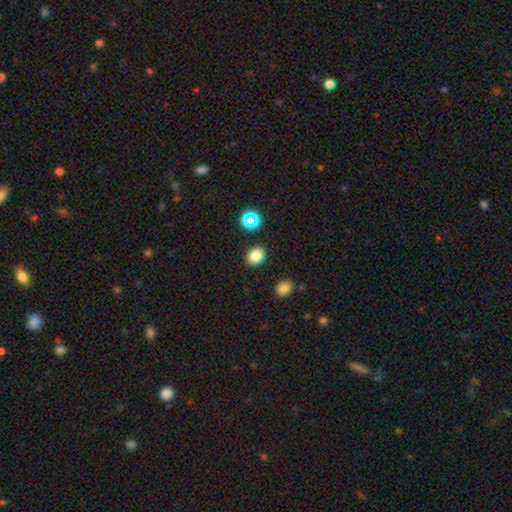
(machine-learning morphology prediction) Smooth or featured: smooth — 81% (star or artifact — 14%)
How rounded: in between — 50% (round — 49%)
Merging: none — 87% (minor disturbance — 8%)